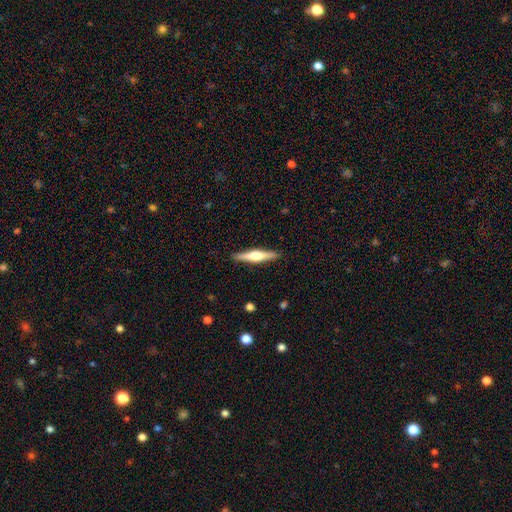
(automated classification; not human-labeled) A featured or disk galaxy (63%) viewed edge-on (98%) with a rounded central bulge (90%). Merging: none (91%).